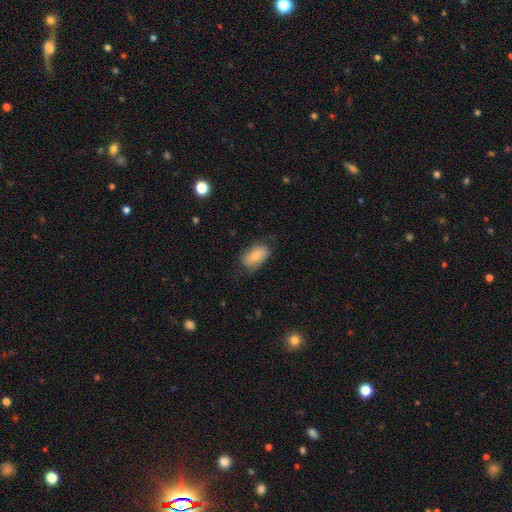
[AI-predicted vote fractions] A smooth galaxy with no disk features (75%) that is in between round and cigar-shaped (90%). Merging: none (65%).